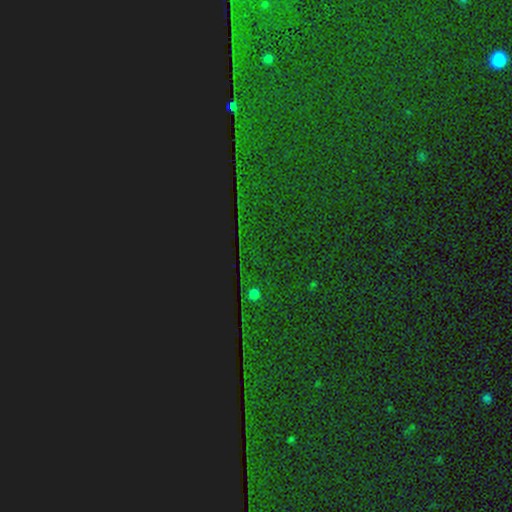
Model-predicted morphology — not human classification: smooth_or_featured: star or artifact (p=0.87) [alt: smooth p=0.07]